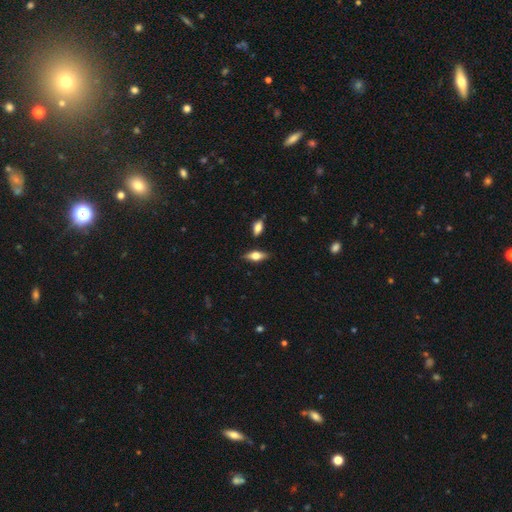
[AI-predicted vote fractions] This appears to be a smooth galaxy with no disk features (46%, tied with featured or disk). Merging: none (81%).